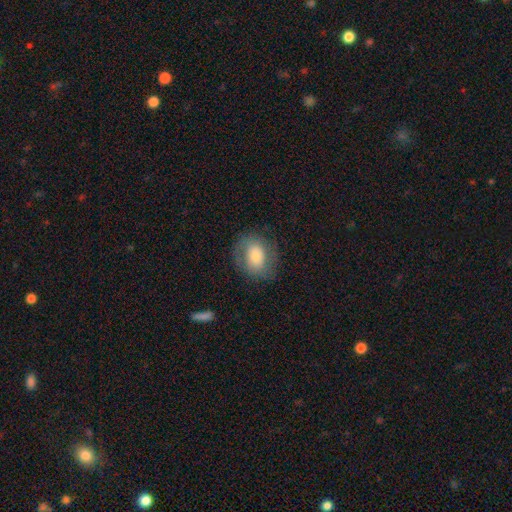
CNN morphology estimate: Smooth or featured?
  - smooth: 66% *
  - featured or disk: 26%
  - star or artifact: 8%
How rounded?
  - in between: 58% *
  - round: 40%
  - cigar-shaped: 1%
Merging?
  - none: 73% *
  - minor disturbance: 17%
  - major disturbance: 9%
  - merger: 1%